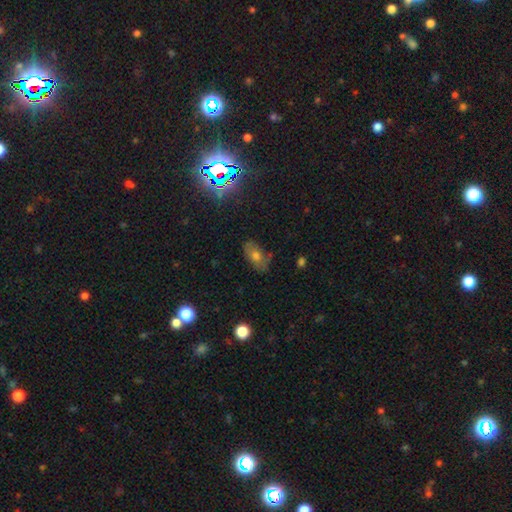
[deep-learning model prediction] smooth_or_featured: smooth (p=0.61) [alt: featured or disk p=0.24]
how_rounded: in between (p=0.88) [alt: round p=0.08]
merging: none (p=0.72) [alt: minor disturbance p=0.20]